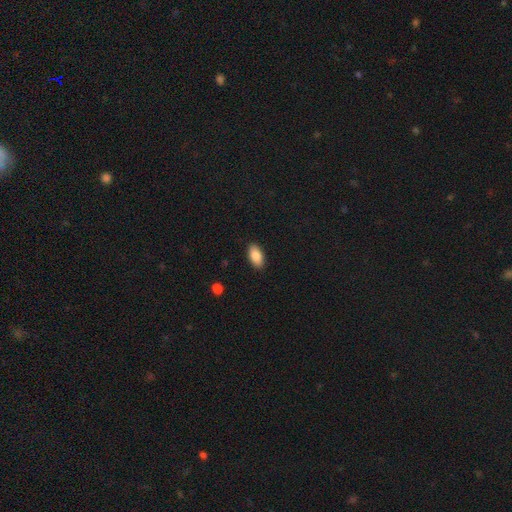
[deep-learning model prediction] The model was most divided on "merging": none: 89%, minor disturbance: 8%, major disturbance: 2%, merger: 1%. More confident: how rounded — in between (93%); smooth or featured — smooth (88%).